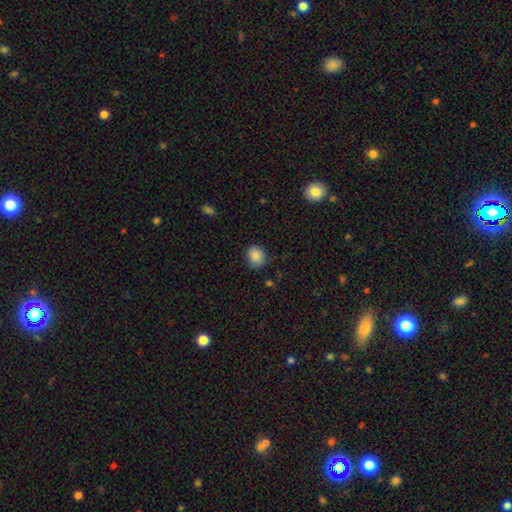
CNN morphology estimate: This is clearly a smooth galaxy (87%). How rounded: likely round (71%). Merging: clearly none (81%).